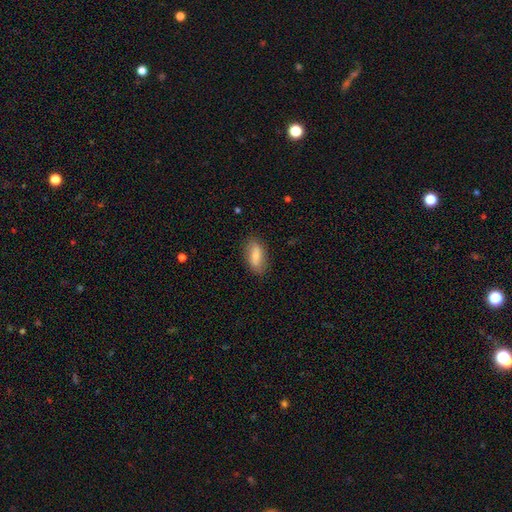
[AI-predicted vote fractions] A smooth galaxy with no disk features (71%) that is in between round and cigar-shaped (83%).

Vote fractions:
- Smooth or featured? smooth: 71% / featured or disk: 23% / star or artifact: 7%
- How rounded? in between: 83% / cigar-shaped: 13% / round: 4%
- Merging? none: 81% / minor disturbance: 14% / major disturbance: 3% / merger: 1%